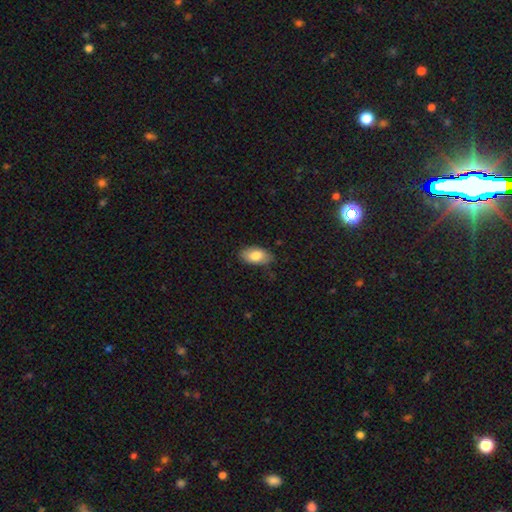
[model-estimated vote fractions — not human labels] smooth 80%, featured or disk 13%, star or artifact 7%. Down the decision tree: how rounded — in between (93%); merging — none (79%).